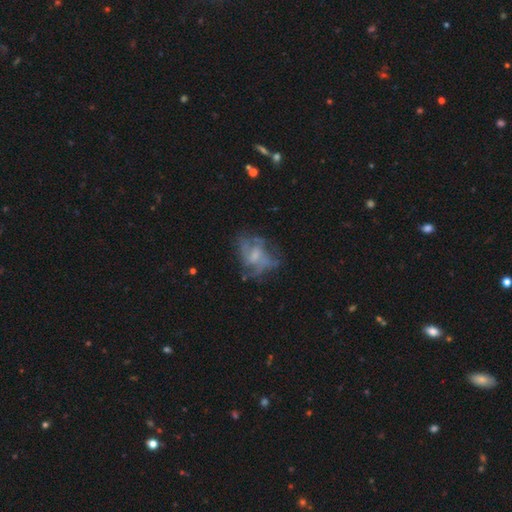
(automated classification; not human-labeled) Smooth or featured? Predicted: featured or disk (p=0.65). Edge-on disk? Predicted: no (p=0.97). Bar? Predicted: no (p=0.59). Spiral arms? Predicted: yes (p=0.56). Bulge size? Predicted: small (p=0.42). Merging? Predicted: none (p=0.48).